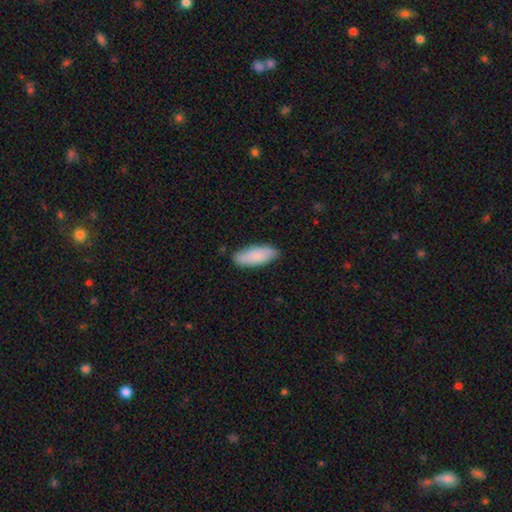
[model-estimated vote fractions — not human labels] Q: Smooth or featured?
A: smooth (87%); runner-up: featured or disk (8%)
Q: How rounded?
A: in between (74%); runner-up: cigar-shaped (24%)
Q: Merging?
A: none (84%); runner-up: minor disturbance (13%)